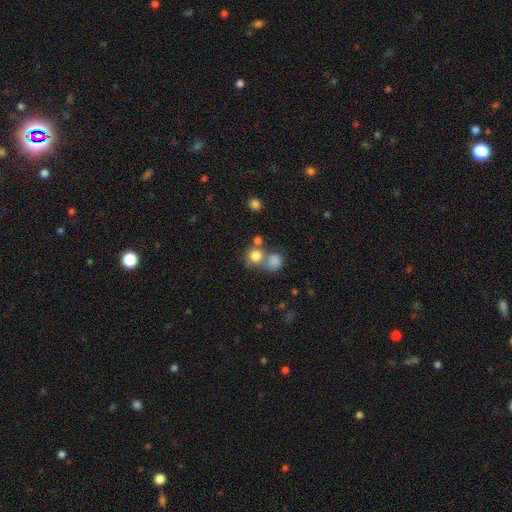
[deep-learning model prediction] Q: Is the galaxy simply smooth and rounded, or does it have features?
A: smooth — 79%.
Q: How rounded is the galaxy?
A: round — 86%.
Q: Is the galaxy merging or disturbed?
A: none — 52%.